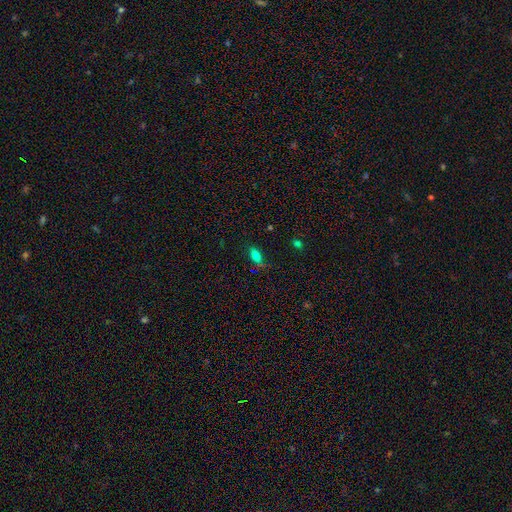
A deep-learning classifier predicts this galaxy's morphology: This appears to be a smooth galaxy with no disk features (75%) that is in between round and cigar-shaped (84%). Merging: none (63%).